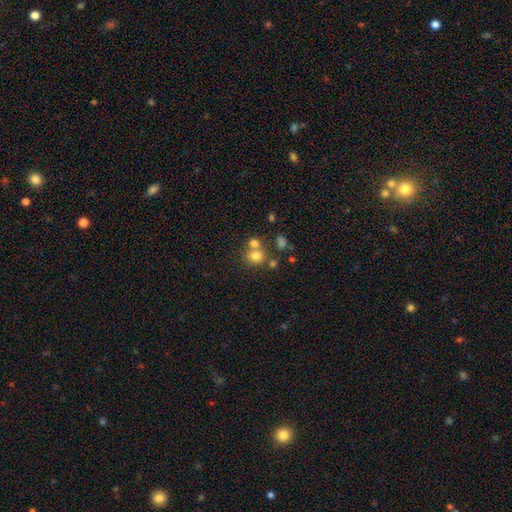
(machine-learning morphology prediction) smooth 75%, star or artifact 14%, featured or disk 11%. Down the decision tree: how rounded — round (75%); merging — none (51%).